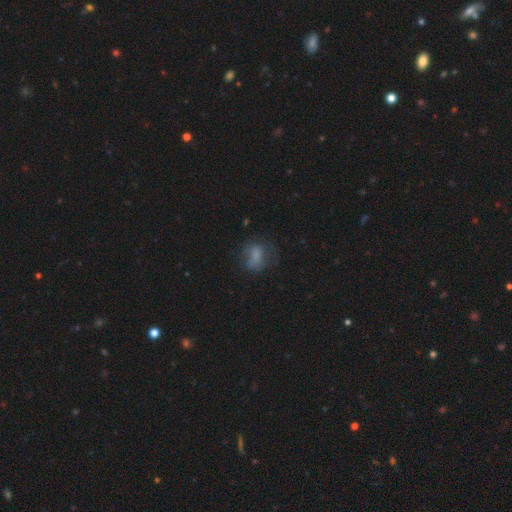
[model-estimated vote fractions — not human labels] This appears to be a smooth galaxy with no disk features (63%) that is in between round and cigar-shaped (59%). Merging: none (47%).